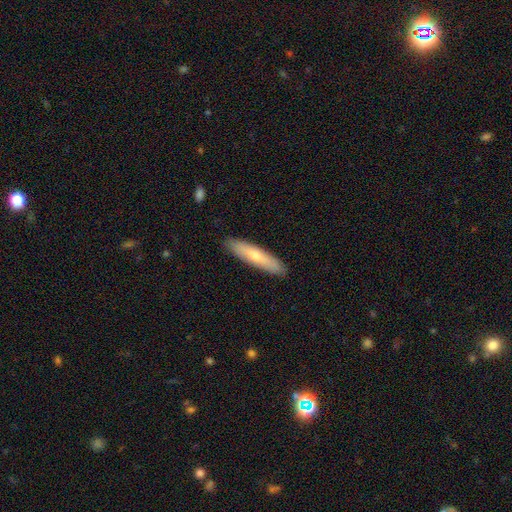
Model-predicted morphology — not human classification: Overall: smooth (67%; featured or disk 27%). How rounded: cigar-shaped (82%). Merging: none (89%).